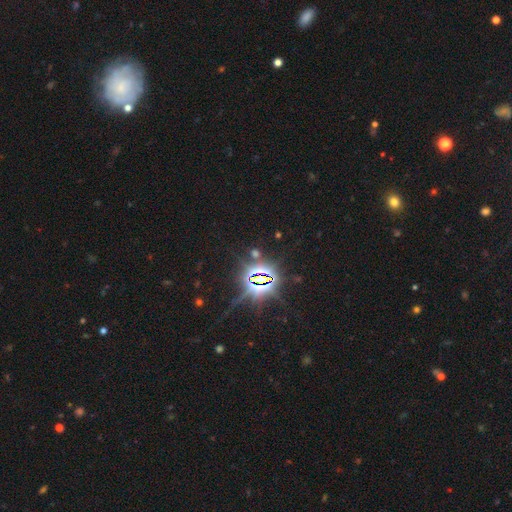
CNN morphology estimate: Smooth or featured: star or artifact — 84% (smooth — 8%)